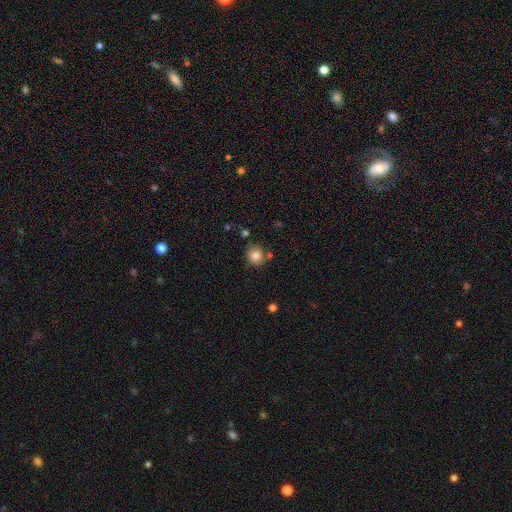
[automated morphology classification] A smooth galaxy with no disk features (82%) that is round (87%). Merging: none (75%).